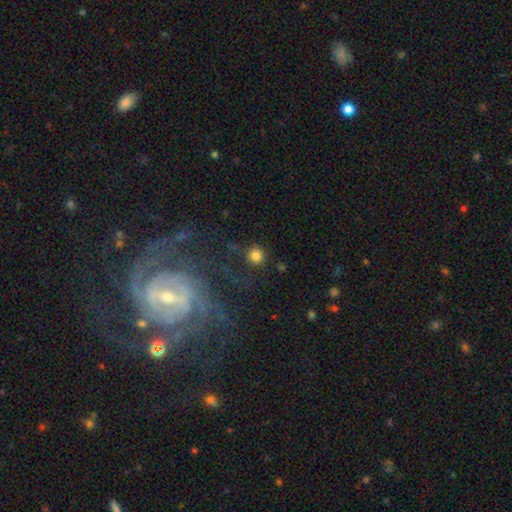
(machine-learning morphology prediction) This appears to be a smooth galaxy with no disk features (80%) that is round (95%). Merging: none (85%).